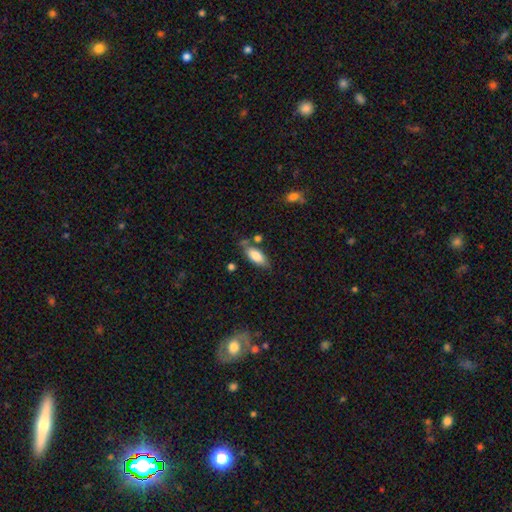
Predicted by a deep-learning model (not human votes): smooth_or_featured: smooth (p=0.79) [alt: featured or disk p=0.14]
how_rounded: in between (p=0.83) [alt: cigar-shaped p=0.15]
merging: none (p=0.65) [alt: minor disturbance p=0.20]